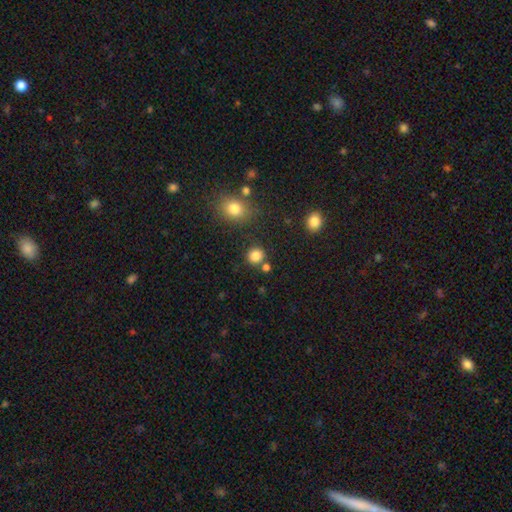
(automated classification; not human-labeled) Q: Smooth or featured?
A: smooth (83%); runner-up: star or artifact (12%)
Q: How rounded?
A: round (87%); runner-up: in between (12%)
Q: Merging?
A: none (80%); runner-up: merger (9%)